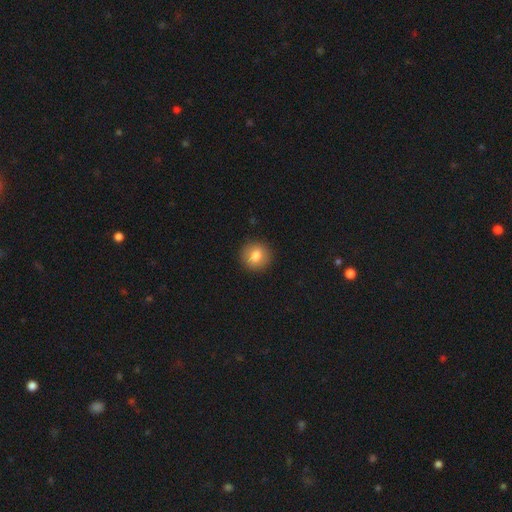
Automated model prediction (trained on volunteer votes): Q: Smooth or featured?
A: smooth (79%); runner-up: featured or disk (12%)
Q: How rounded?
A: round (82%); runner-up: in between (17%)
Q: Merging?
A: none (90%); runner-up: minor disturbance (7%)